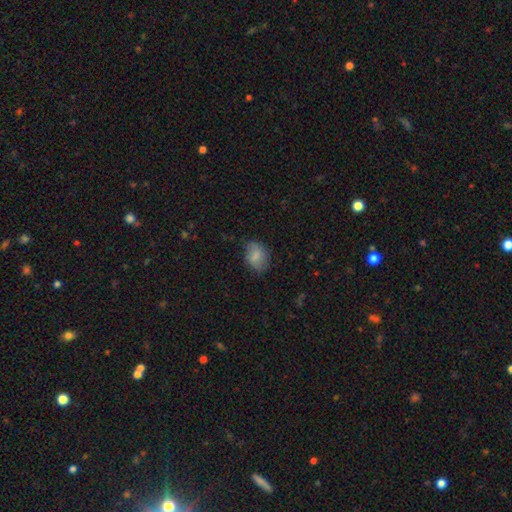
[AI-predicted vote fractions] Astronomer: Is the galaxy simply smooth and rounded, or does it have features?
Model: smooth — 75%.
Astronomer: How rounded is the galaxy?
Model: in between — 67%.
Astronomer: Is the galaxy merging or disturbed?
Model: none — 68%.